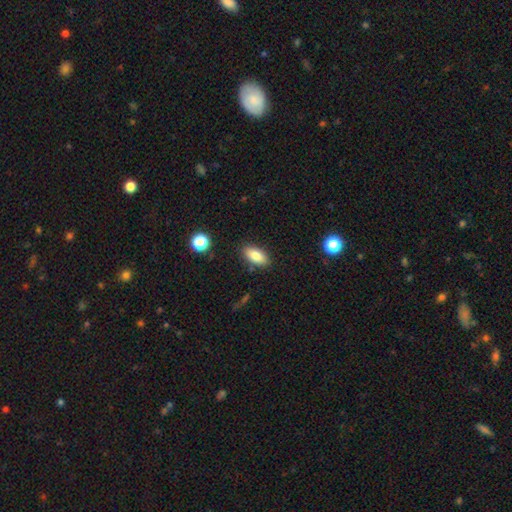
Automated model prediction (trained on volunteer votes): The model was most divided on "smooth or featured": smooth: 82%, featured or disk: 10%, star or artifact: 8%. More confident: how rounded — in between (89%); merging — none (86%).